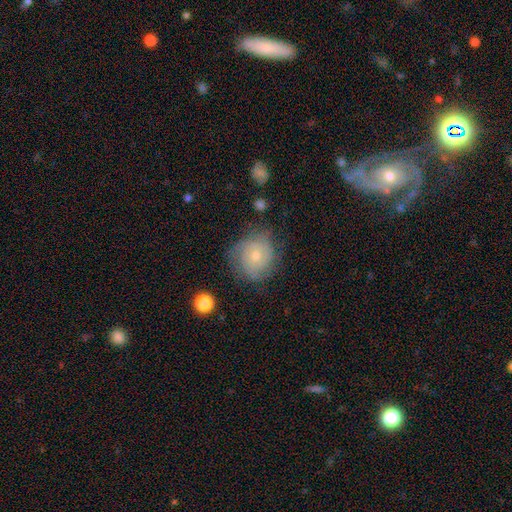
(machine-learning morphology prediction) smooth-or-featured: smooth: 52% | featured or disk: 39% | star or artifact: 9%
  how-rounded: round: 86% | in between: 13% | cigar-shaped: 1%
  merging: none: 65% | minor disturbance: 23% | major disturbance: 10% | merger: 2%